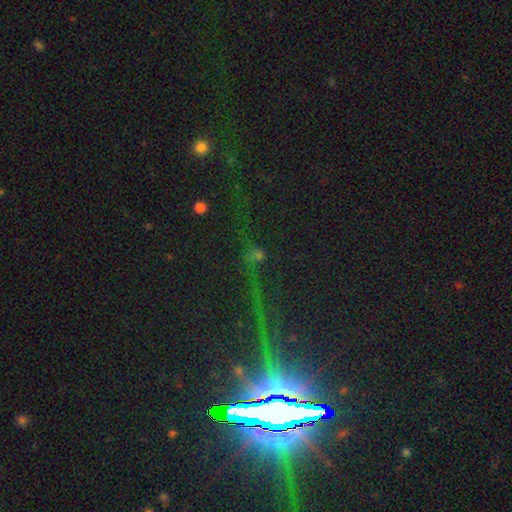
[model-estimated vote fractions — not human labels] Smooth or featured? Predicted: star or artifact (p=0.65).